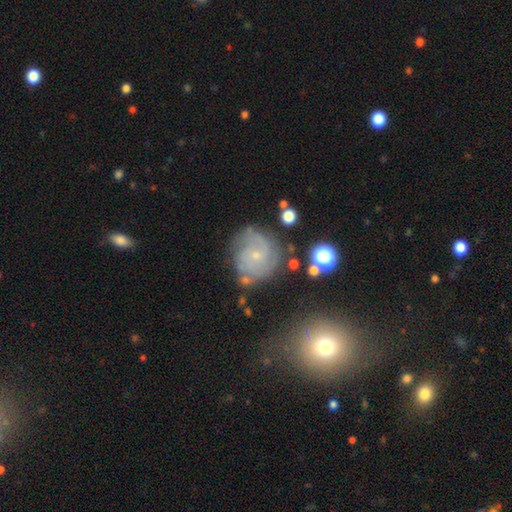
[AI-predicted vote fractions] smooth_or_featured: featured or disk (p=0.78) [alt: smooth p=0.14]
disk_edge_on: no (p=0.98) [alt: yes p=0.02]
bar: no (p=0.74) [alt: weak p=0.23]
has_spiral_arms: yes (p=0.94) [alt: no p=0.06]
spiral_winding: tight (p=0.57) [alt: medium p=0.34]
spiral_arm_count: 2 (p=0.30) [alt: can't tell p=0.27]
bulge_size: small (p=0.82) [alt: moderate p=0.13]
merging: none (p=0.67) [alt: minor disturbance p=0.20]